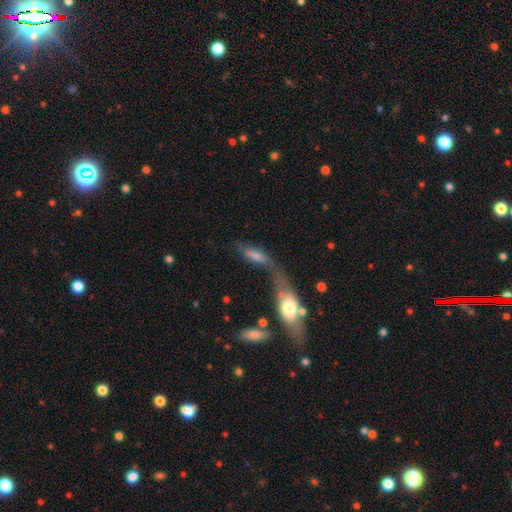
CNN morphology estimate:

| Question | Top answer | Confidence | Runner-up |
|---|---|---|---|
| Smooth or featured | smooth | 54% | featured or disk (35%) |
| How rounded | in between | 58% | cigar-shaped (37%) |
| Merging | merger | 48% | none (24%) |